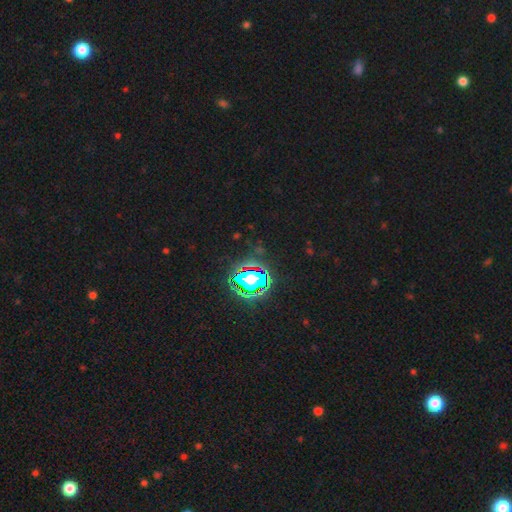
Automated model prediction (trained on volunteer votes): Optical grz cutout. It shows a star or artifact, not a galaxy (80%).